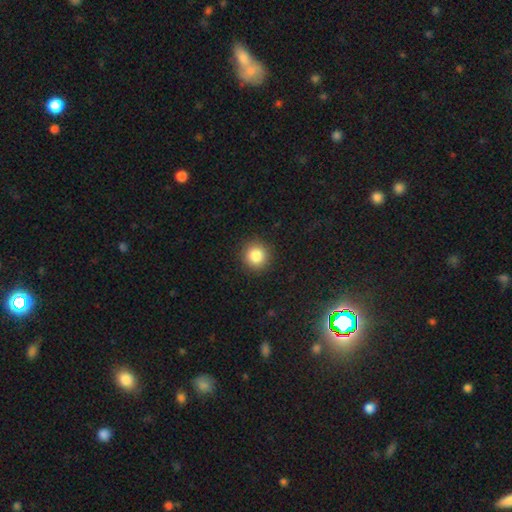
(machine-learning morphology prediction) This appears to be a smooth galaxy with no disk features (85%) that is round (94%). Merging: none (91%).